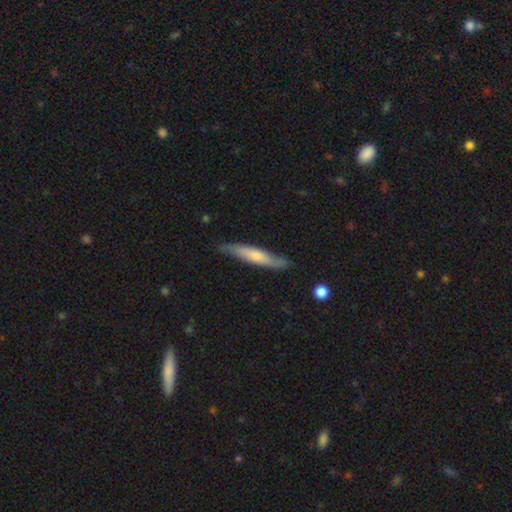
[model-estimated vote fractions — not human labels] smooth 53%, featured or disk 42%, star or artifact 5%. Down the decision tree: how rounded — cigar-shaped (90%); merging — none (80%).